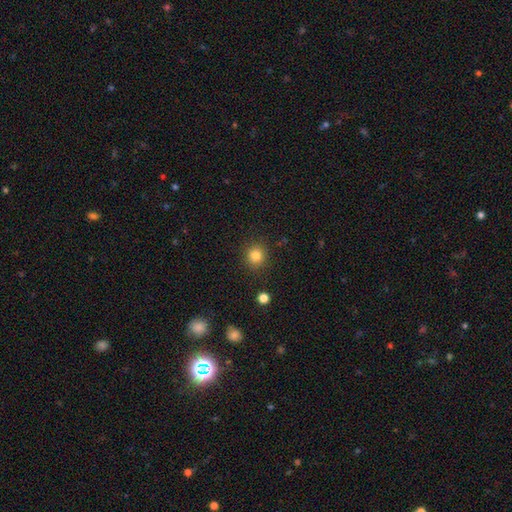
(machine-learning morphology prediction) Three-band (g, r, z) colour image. It shows a smooth galaxy with no disk features (83%) that is round (89%). Merging: none (89%).